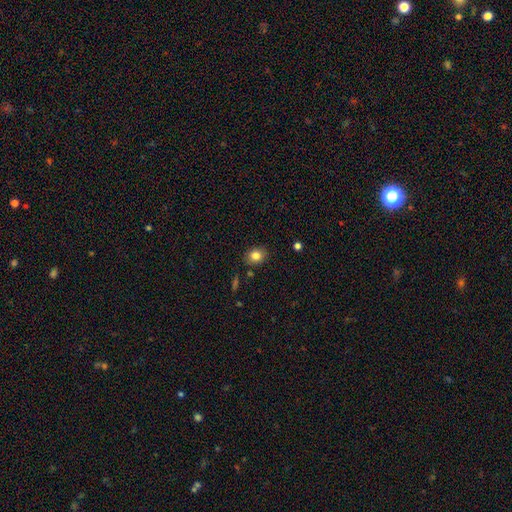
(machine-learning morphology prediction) smooth_or_featured: smooth (p=0.83) [alt: star or artifact p=0.10]
how_rounded: in between (p=0.54) [alt: round p=0.46]
merging: none (p=0.85) [alt: minor disturbance p=0.10]